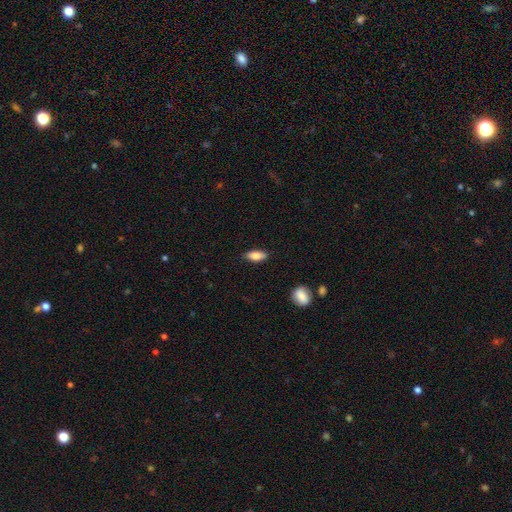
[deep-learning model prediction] smooth_or_featured: smooth (p=0.79) [alt: featured or disk p=0.14]
how_rounded: in between (p=0.79) [alt: cigar-shaped p=0.18]
merging: none (p=0.85) [alt: minor disturbance p=0.12]